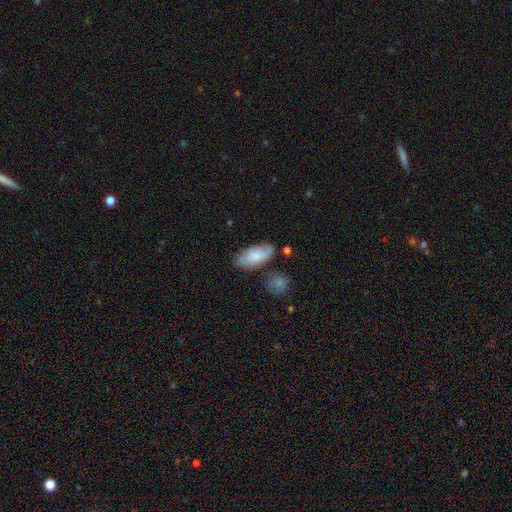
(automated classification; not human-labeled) smooth-or-featured: smooth: 68% | featured or disk: 26% | star or artifact: 6%
  how-rounded: in between: 90% | cigar-shaped: 7% | round: 3%
  merging: none: 72% | minor disturbance: 19% | merger: 5% | major disturbance: 4%